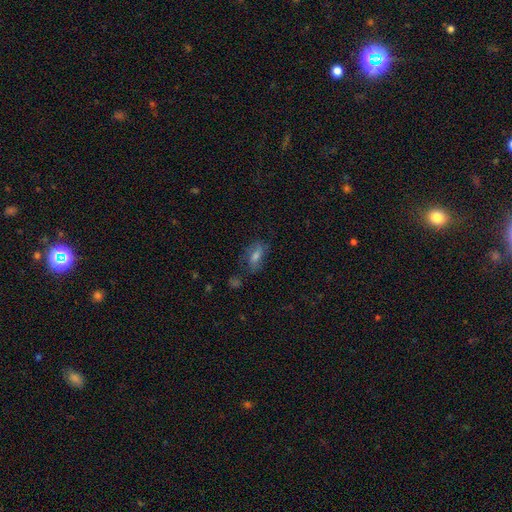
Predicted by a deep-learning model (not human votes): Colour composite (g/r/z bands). It shows a smooth galaxy with no disk features (52%) that is in between round and cigar-shaped (77%). Merging: none (64%).